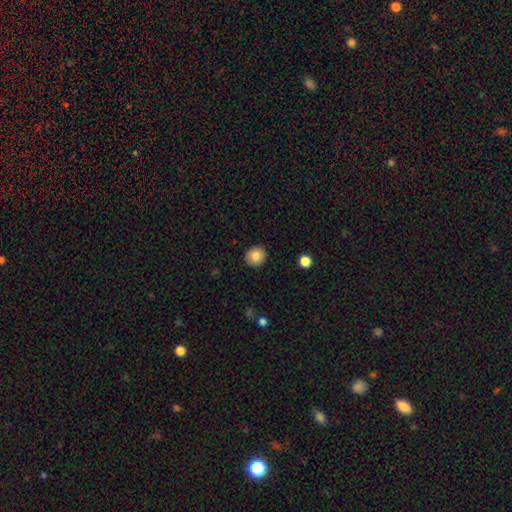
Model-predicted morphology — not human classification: smooth_or_featured: smooth (p=0.83) [alt: star or artifact p=0.09]
how_rounded: round (p=0.88) [alt: in between p=0.11]
merging: none (p=0.91) [alt: minor disturbance p=0.06]